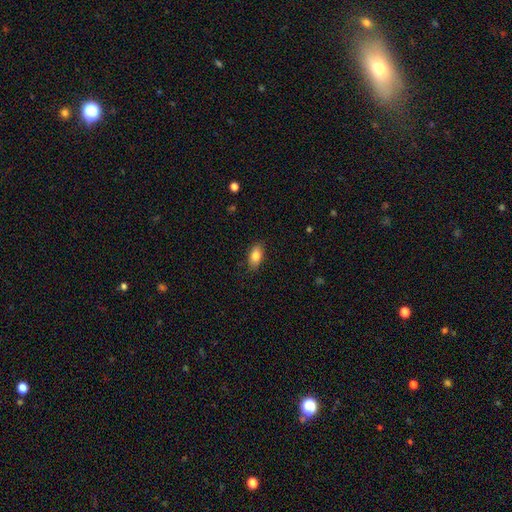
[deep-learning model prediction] smooth 83%, featured or disk 9%, star or artifact 7%. Down the decision tree: how rounded — in between (90%); merging — none (85%).